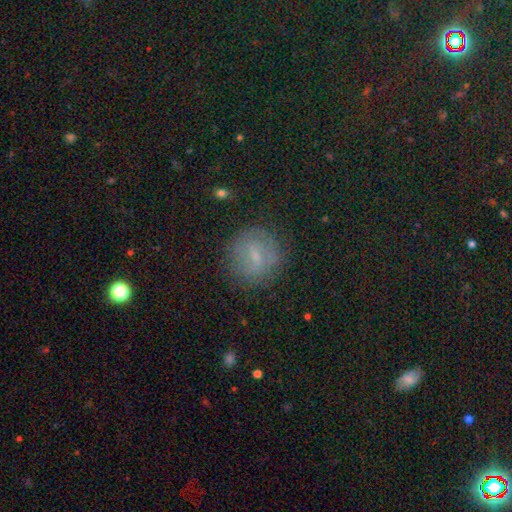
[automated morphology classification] This appears to be a smooth galaxy with no disk features (50%). Merging: none (80%).